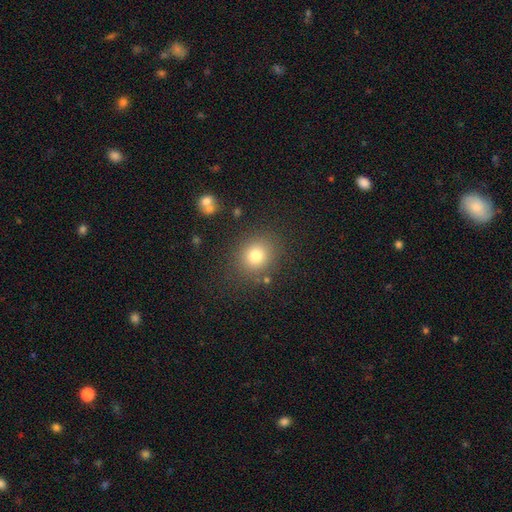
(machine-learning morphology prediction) smooth-or-featured: smooth: 78% | star or artifact: 14% | featured or disk: 8%
  how-rounded: round: 78% | in between: 21% | cigar-shaped: 1%
  merging: none: 84% | minor disturbance: 9% | major disturbance: 4% | merger: 3%